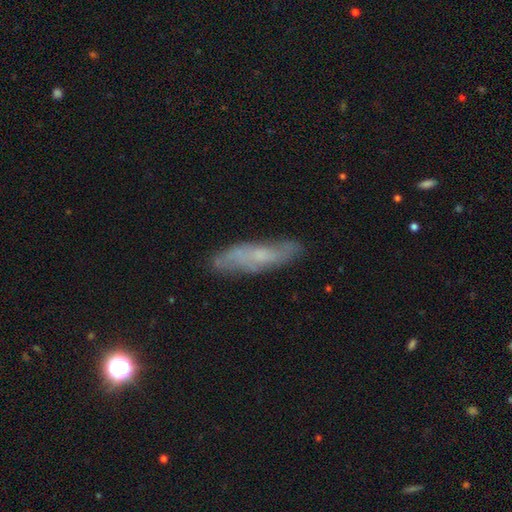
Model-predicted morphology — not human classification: Smooth or featured?
  - featured or disk: 51% *
  - smooth: 39%
  - star or artifact: 10%
Edge-on disk?
  - no: 64% *
  - yes: 36%
Merging?
  - none: 76% *
  - minor disturbance: 18%
  - major disturbance: 4%
  - merger: 2%